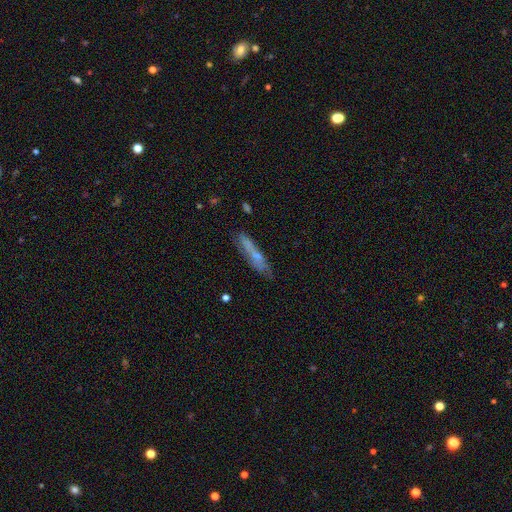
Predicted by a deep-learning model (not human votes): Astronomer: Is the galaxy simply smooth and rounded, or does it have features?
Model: smooth — 46% (runner-up: featured or disk, 45%).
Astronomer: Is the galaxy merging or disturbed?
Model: none — 69%.